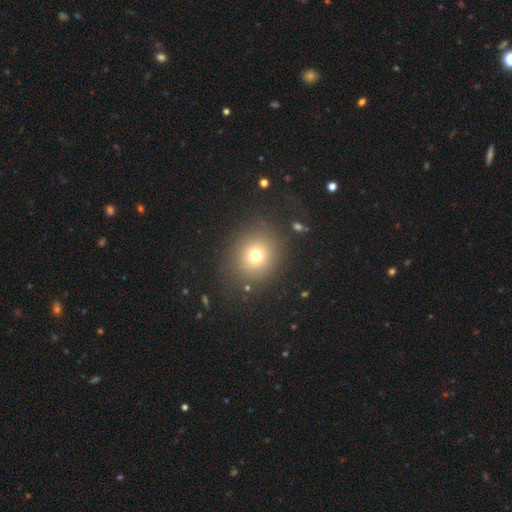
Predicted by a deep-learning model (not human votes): Smooth or featured?
  - smooth: 72% *
  - star or artifact: 17%
  - featured or disk: 11%
How rounded?
  - round: 77% *
  - in between: 22%
  - cigar-shaped: 1%
Merging?
  - none: 84% *
  - minor disturbance: 9%
  - major disturbance: 5%
  - merger: 2%